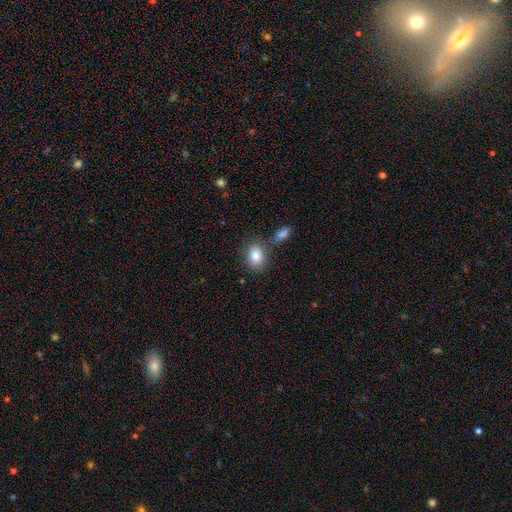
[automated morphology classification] Smooth or featured? smooth (84%)
How rounded? in between (69%)
Merging? none (70%)